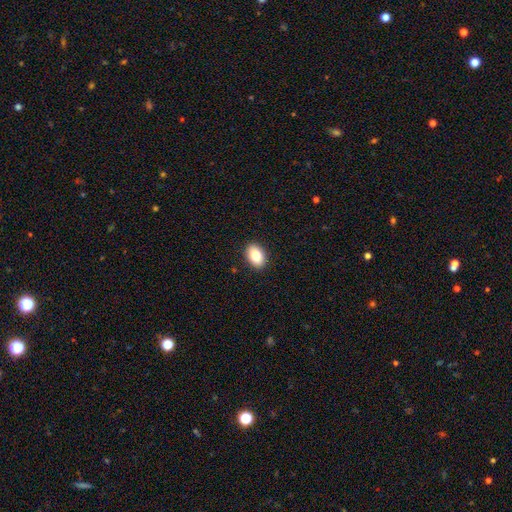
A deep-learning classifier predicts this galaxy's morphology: Smooth or featured? Predicted: smooth (p=0.84). How rounded? Predicted: in between (p=0.85). Merging? Predicted: none (p=0.91).